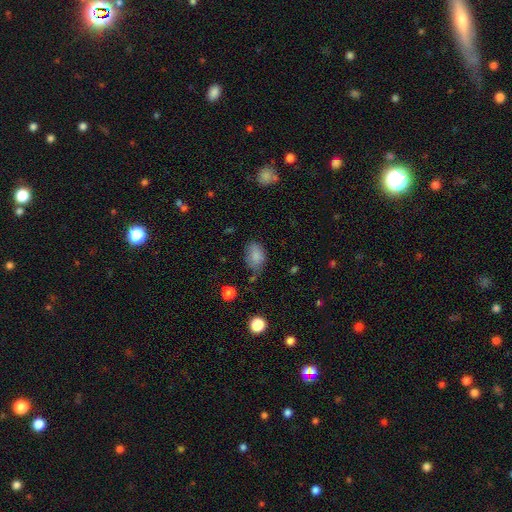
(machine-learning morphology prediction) Overall: smooth (82%). How rounded: in between (85%). Merging: none (53%; minor disturbance 32%).